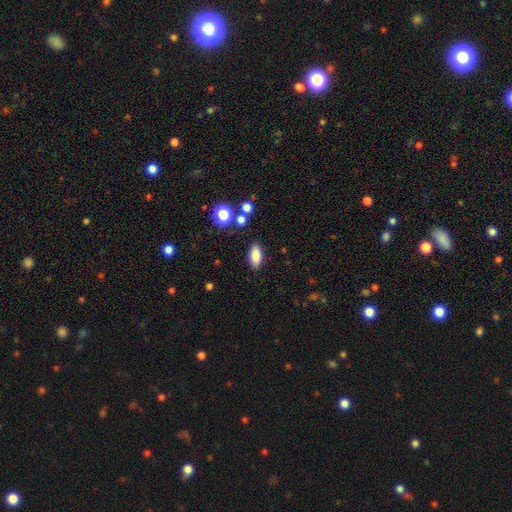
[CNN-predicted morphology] A smooth galaxy with no disk features (85%) that is in between round and cigar-shaped (87%).

Vote fractions:
- Smooth or featured? smooth: 85% / star or artifact: 9% / featured or disk: 6%
- How rounded? in between: 87% / cigar-shaped: 8% / round: 5%
- Merging? none: 86% / minor disturbance: 9% / major disturbance: 3% / merger: 2%